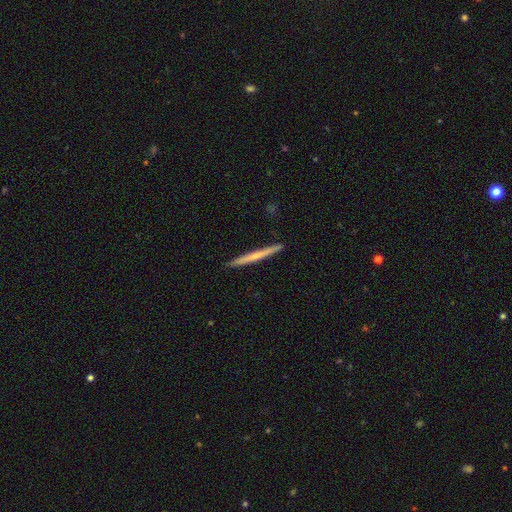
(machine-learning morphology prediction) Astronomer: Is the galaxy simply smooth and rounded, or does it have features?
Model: smooth — 49% (runner-up: featured or disk, 45%).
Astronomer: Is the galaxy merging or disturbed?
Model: none — 92%.